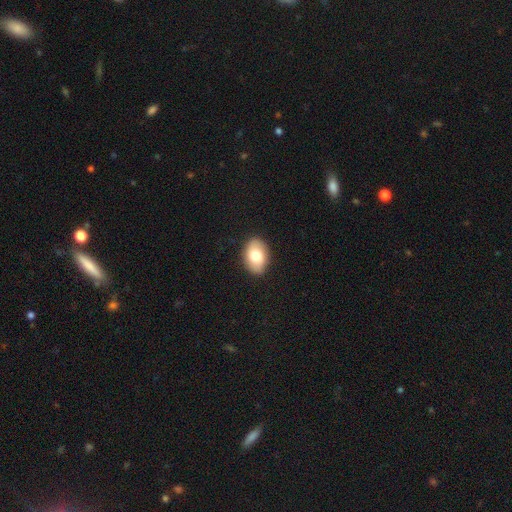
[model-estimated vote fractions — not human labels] A smooth galaxy with no disk features (77%) that is in between round and cigar-shaped (87%). Merging: none (88%).